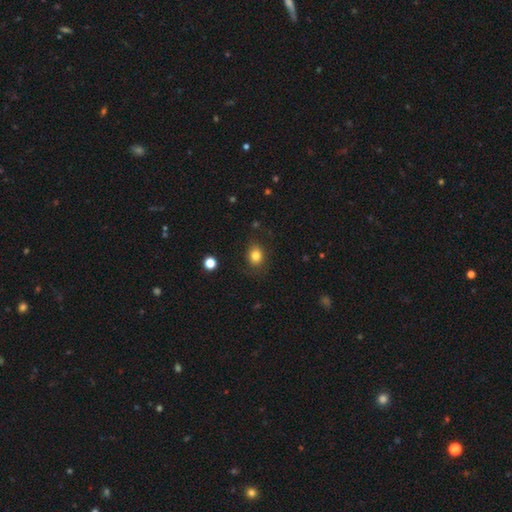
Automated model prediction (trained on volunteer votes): Morphology: type=smooth (82%); roundness=round (58%); merging=none (83%).